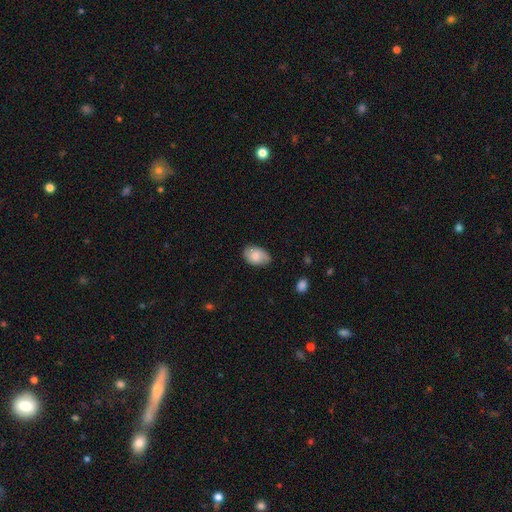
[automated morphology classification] Smooth or featured?
  - smooth: 79% *
  - featured or disk: 14%
  - star or artifact: 7%
How rounded?
  - in between: 88% *
  - round: 11%
  - cigar-shaped: 1%
Merging?
  - none: 72% *
  - minor disturbance: 23%
  - major disturbance: 4%
  - merger: 1%